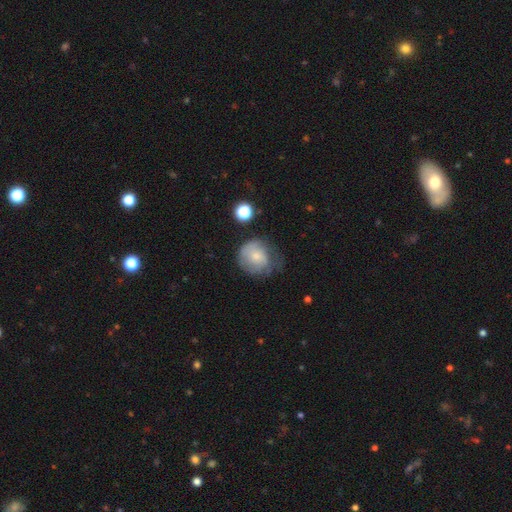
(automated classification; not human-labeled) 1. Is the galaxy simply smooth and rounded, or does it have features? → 62% smooth, 29% featured or disk, 9% star or artifact.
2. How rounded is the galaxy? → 76% round, 23% in between, 1% cigar-shaped.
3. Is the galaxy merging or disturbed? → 41% none, 33% minor disturbance, 23% major disturbance, 3% merger.